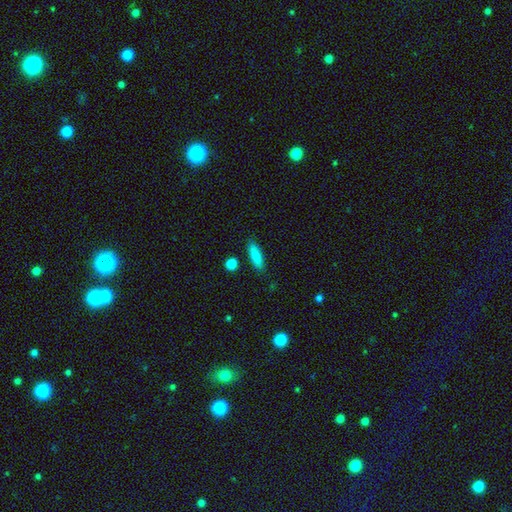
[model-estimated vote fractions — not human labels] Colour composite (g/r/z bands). It shows a smooth galaxy with no disk features (85%) that is cigar-shaped (65%). Merging: none (87%).